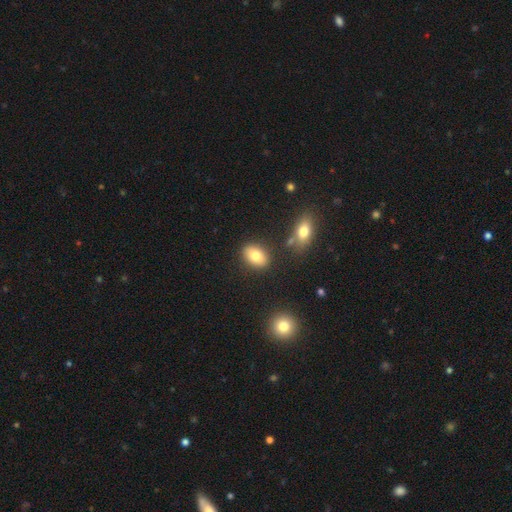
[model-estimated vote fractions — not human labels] Smooth or featured: smooth — 80% (featured or disk — 11%)
How rounded: in between — 78% (round — 20%)
Merging: none — 83% (minor disturbance — 10%)